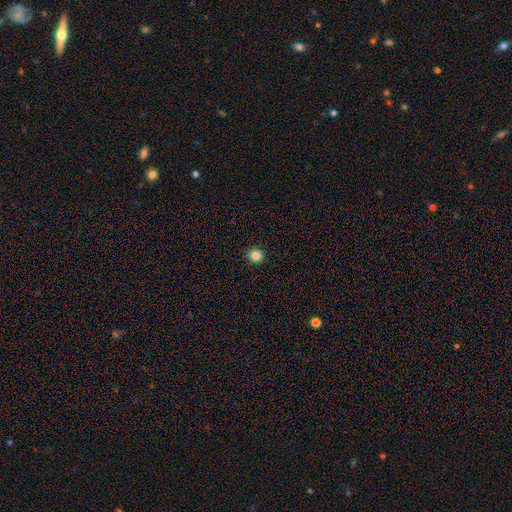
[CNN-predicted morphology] smooth 85%, star or artifact 11%, featured or disk 4%. Down the decision tree: how rounded — round (90%); merging — none (93%).